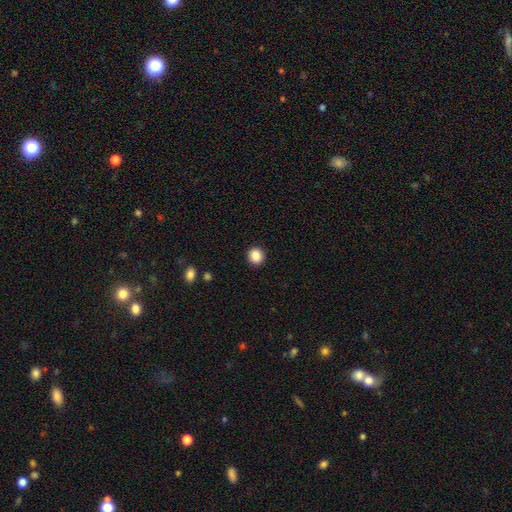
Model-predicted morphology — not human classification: Smooth or featured? smooth (87%)
How rounded? round (91%)
Merging? none (93%)